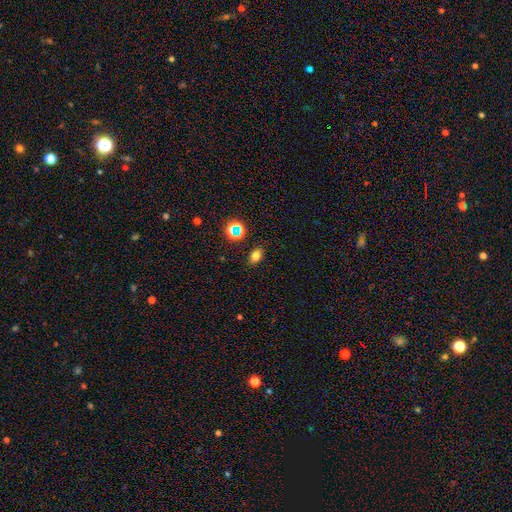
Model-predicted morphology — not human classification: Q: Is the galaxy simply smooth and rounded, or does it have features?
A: smooth — 75%.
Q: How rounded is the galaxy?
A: in between — 77%.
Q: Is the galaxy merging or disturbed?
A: none — 86%.